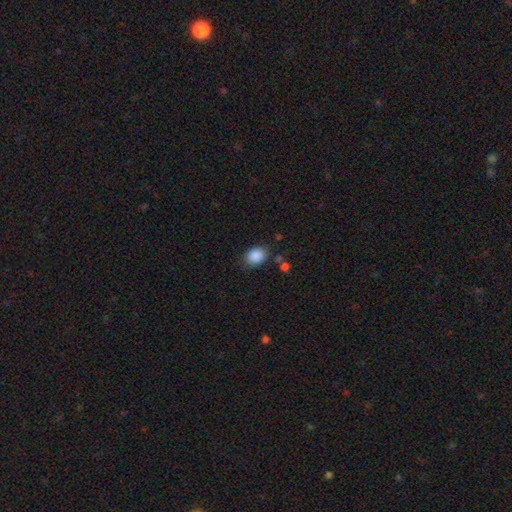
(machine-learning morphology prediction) type=smooth (88%); roundness=in between (59%); merging=none (78%).